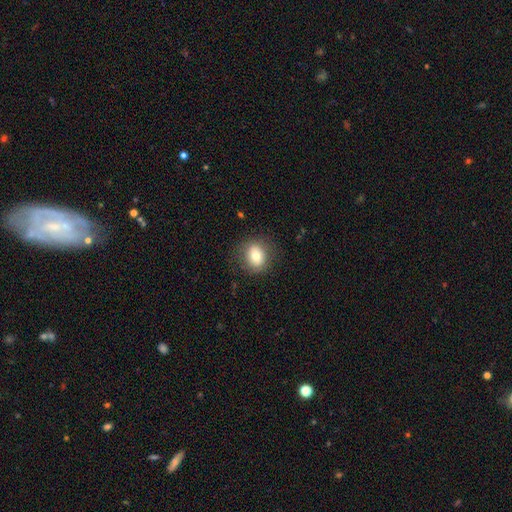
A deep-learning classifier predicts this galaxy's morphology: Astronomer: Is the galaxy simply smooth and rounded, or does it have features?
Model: smooth — 73%.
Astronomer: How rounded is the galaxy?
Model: round — 68%.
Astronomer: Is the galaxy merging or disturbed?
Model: none — 83%.